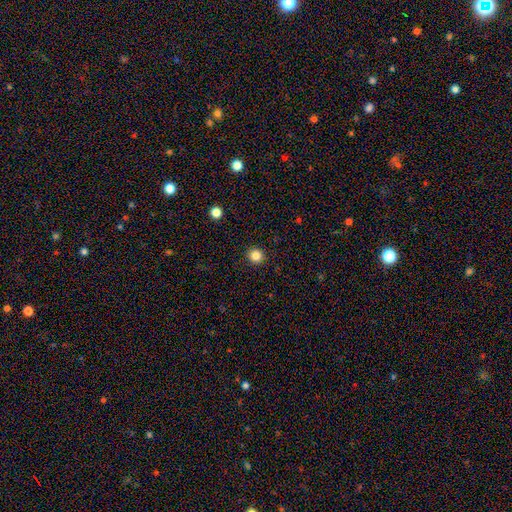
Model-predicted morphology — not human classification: smooth 84%, star or artifact 12%, featured or disk 4%. Down the decision tree: how rounded — round (94%); merging — none (93%).